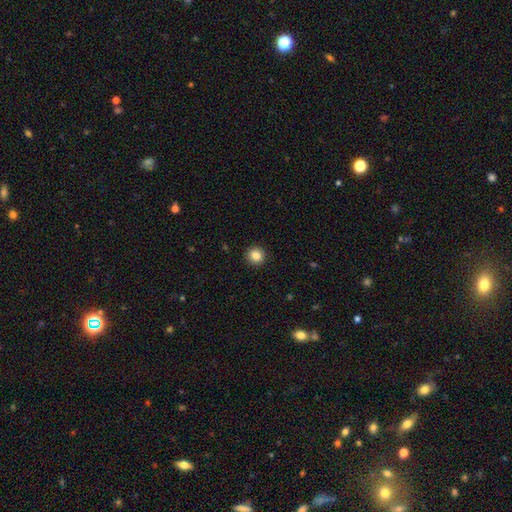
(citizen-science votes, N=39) A smooth galaxy with no disk features (90%) that is round (97%). Merging: none (94%).